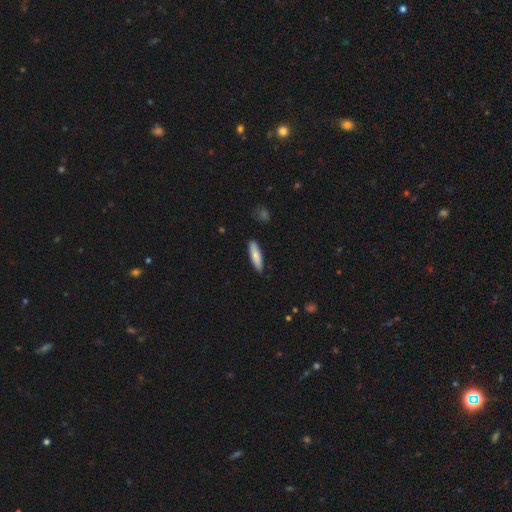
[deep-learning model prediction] This appears to be a smooth galaxy with no disk features (81%) that is cigar-shaped (72%). Merging: none (88%).